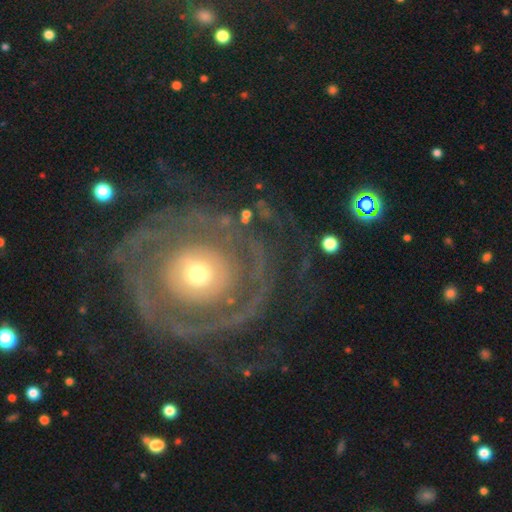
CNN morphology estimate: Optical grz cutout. It shows a featured or disk galaxy (79%) with no bar (86%), tight (74%) spiral arms (68%) and a moderate central bulge (50%). Merging: none (72%).